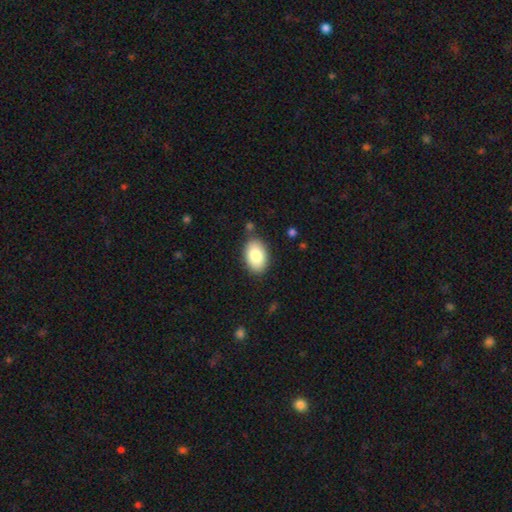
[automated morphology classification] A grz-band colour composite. It shows a smooth galaxy with no disk features (83%) that is in between round and cigar-shaped (91%). Merging: none (83%).